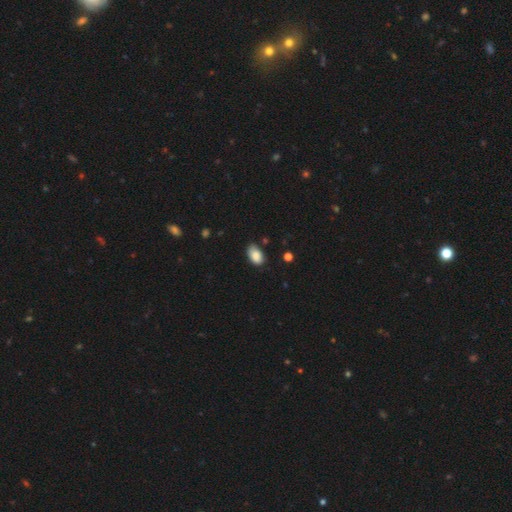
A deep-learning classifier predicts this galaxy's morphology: The model was most divided on "merging": none: 65%, minor disturbance: 29%, major disturbance: 4%, merger: 2%. More confident: how rounded — in between (91%); smooth or featured — smooth (86%).